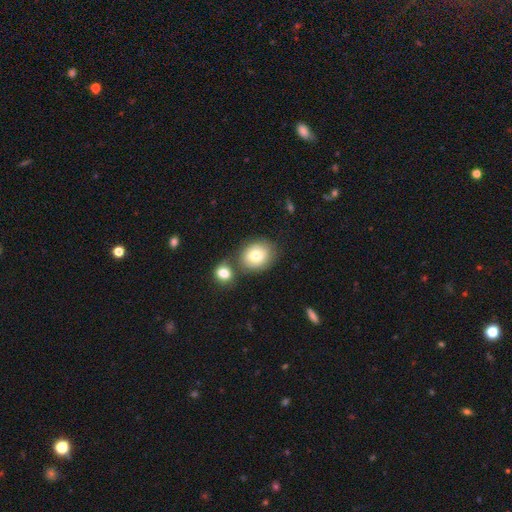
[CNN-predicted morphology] A smooth galaxy with no disk features (76%) that is round (62%). Merging: none (61%).